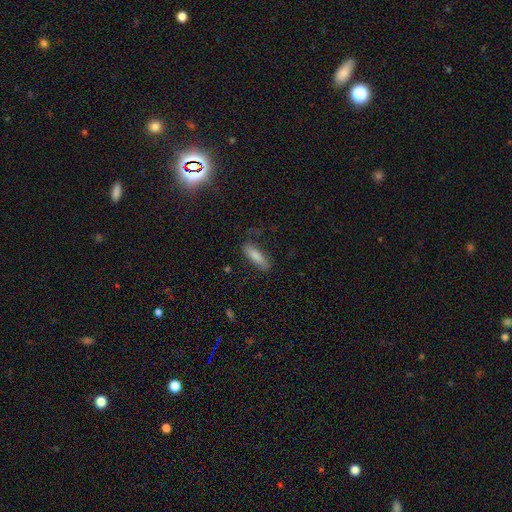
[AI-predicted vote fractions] Smooth or featured? smooth (80%)
How rounded? cigar-shaped (51%)
Merging? none (72%)